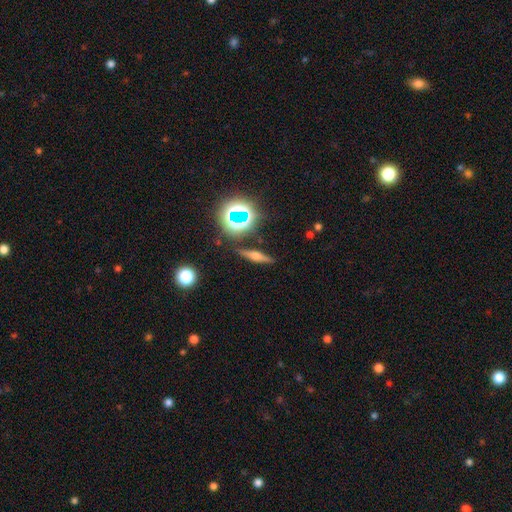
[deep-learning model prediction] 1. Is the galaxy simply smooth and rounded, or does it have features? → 47% featured or disk, 36% smooth, 18% star or artifact.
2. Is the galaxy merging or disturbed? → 86% none, 9% minor disturbance, 3% major disturbance, 2% merger.